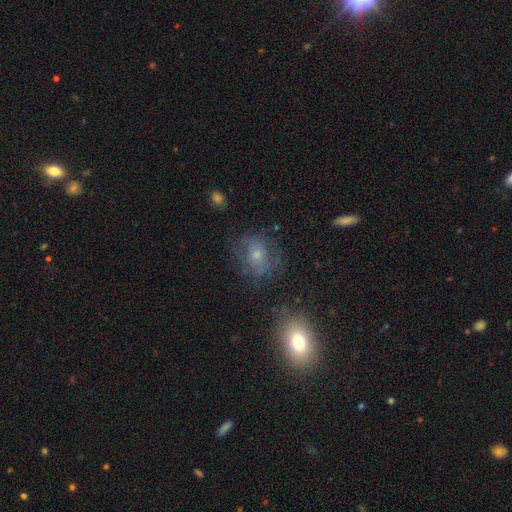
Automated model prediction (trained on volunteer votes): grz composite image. It shows a smooth galaxy with no disk features (44%). Merging: none (62%).